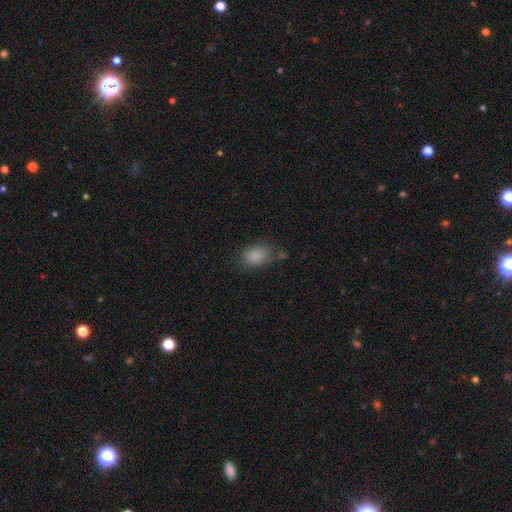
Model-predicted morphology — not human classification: Smooth or featured? smooth (86%)
How rounded? in between (79%)
Merging? none (71%)